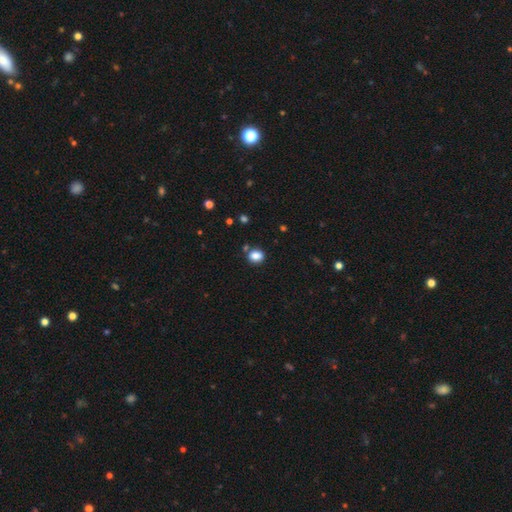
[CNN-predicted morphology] Smooth or featured: smooth — 85% (star or artifact — 10%)
How rounded: round — 56% (in between — 43%)
Merging: none — 76% (minor disturbance — 12%)